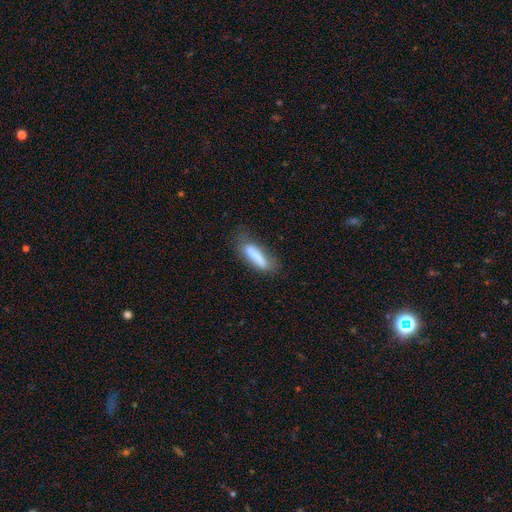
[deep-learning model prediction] Q: Smooth or featured?
A: smooth (76%); runner-up: featured or disk (17%)
Q: How rounded?
A: cigar-shaped (66%); runner-up: in between (32%)
Q: Merging?
A: none (56%); runner-up: minor disturbance (28%)